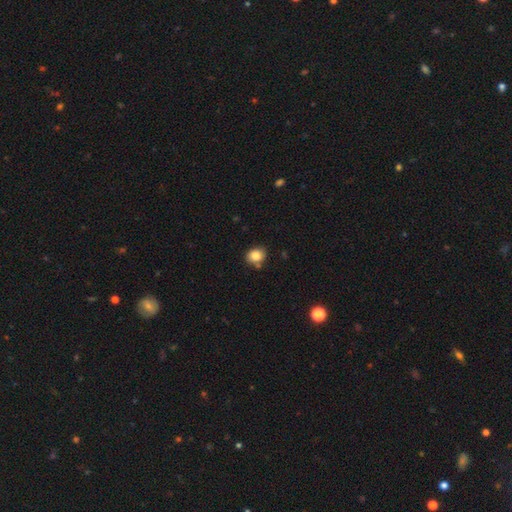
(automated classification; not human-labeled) Smooth or featured? smooth (83%)
How rounded? round (61%)
Merging? none (77%)